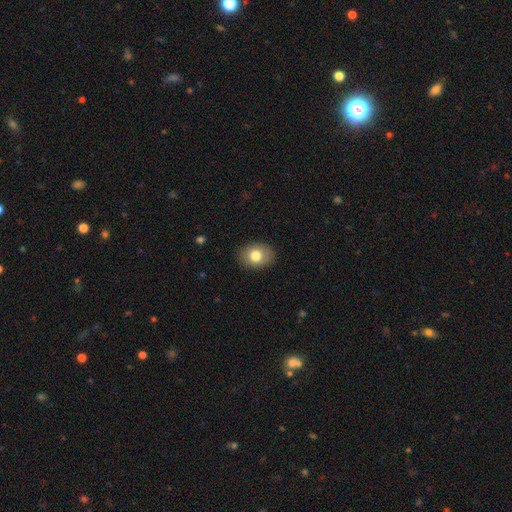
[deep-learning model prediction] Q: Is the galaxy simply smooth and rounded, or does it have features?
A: smooth — 79%.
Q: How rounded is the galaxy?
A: in between — 60%.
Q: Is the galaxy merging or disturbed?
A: none — 87%.